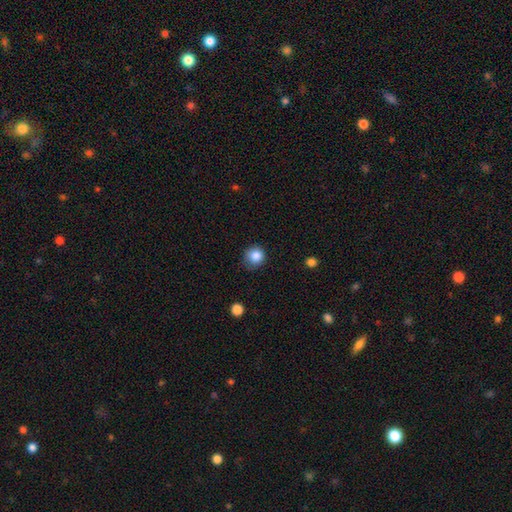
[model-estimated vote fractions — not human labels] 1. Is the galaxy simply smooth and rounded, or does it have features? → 86% smooth, 10% star or artifact, 5% featured or disk.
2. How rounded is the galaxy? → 88% round, 11% in between, 1% cigar-shaped.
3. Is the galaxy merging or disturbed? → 69% none, 24% minor disturbance, 5% major disturbance, 1% merger.